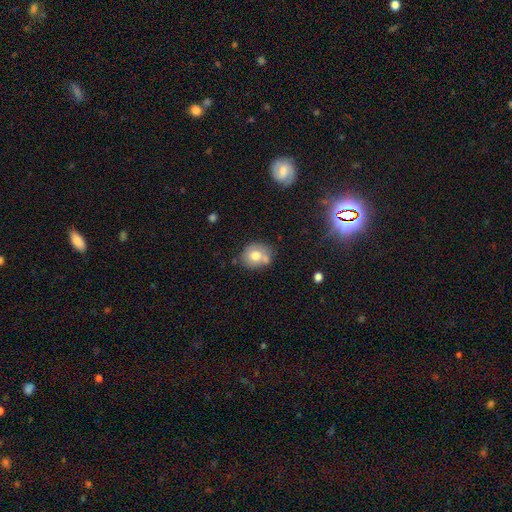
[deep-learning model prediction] Smooth or featured? Predicted: smooth (p=0.71). How rounded? Predicted: round (p=0.65). Merging? Predicted: none (p=0.56).